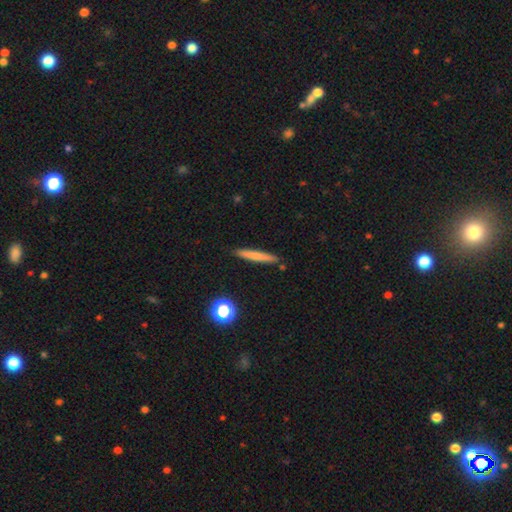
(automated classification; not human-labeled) Smooth or featured?
  - smooth: 67% *
  - featured or disk: 25%
  - star or artifact: 8%
How rounded?
  - cigar-shaped: 95% *
  - in between: 3%
  - round: 2%
Merging?
  - none: 89% *
  - minor disturbance: 7%
  - merger: 2%
  - major disturbance: 2%